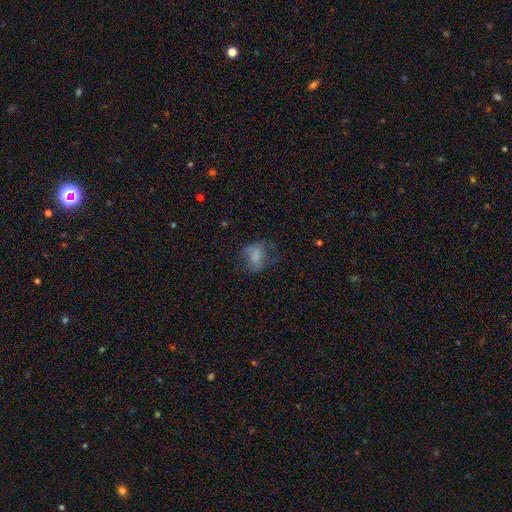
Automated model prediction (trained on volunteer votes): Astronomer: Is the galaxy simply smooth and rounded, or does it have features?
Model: smooth — 62%.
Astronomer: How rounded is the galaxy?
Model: in between — 60% (runner-up: round, 39%).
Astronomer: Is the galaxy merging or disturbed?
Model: none — 43% (runner-up: major disturbance, 29%).